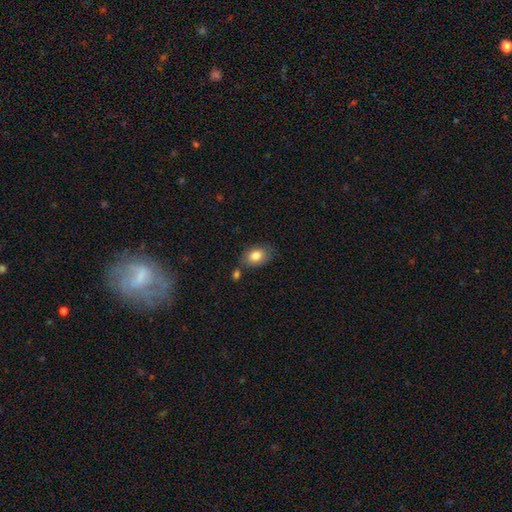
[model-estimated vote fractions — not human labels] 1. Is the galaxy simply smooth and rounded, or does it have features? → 82% smooth, 11% featured or disk, 7% star or artifact.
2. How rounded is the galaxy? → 81% in between, 18% round, 1% cigar-shaped.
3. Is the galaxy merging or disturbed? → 63% none, 20% minor disturbance, 11% merger, 5% major disturbance.